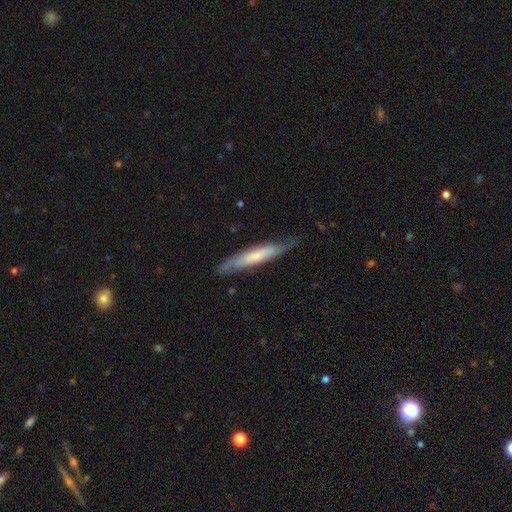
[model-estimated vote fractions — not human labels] Overall: featured or disk (51%; smooth 44%). Edge-on disk: yes (69%; no 31%). Merging: none (75%).